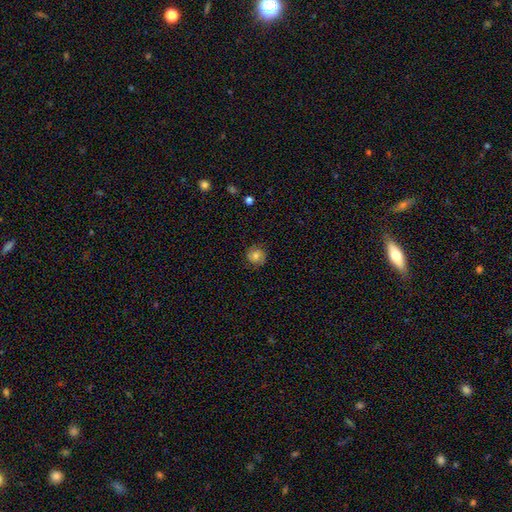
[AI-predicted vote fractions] A smooth galaxy with no disk features (67%) that is round (89%). Merging: none (82%).